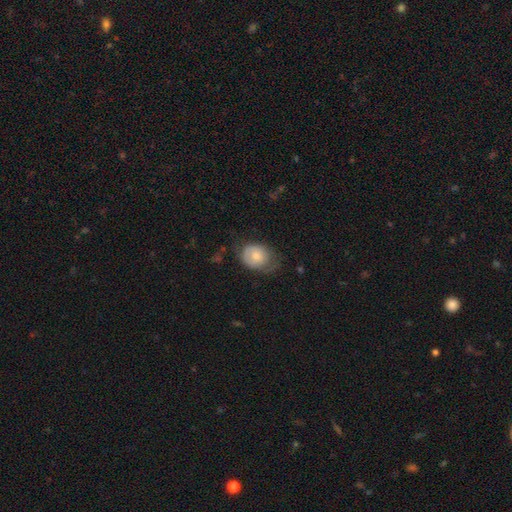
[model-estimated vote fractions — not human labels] Smooth or featured? smooth (67%)
How rounded? in between (54%)
Merging? none (40%)